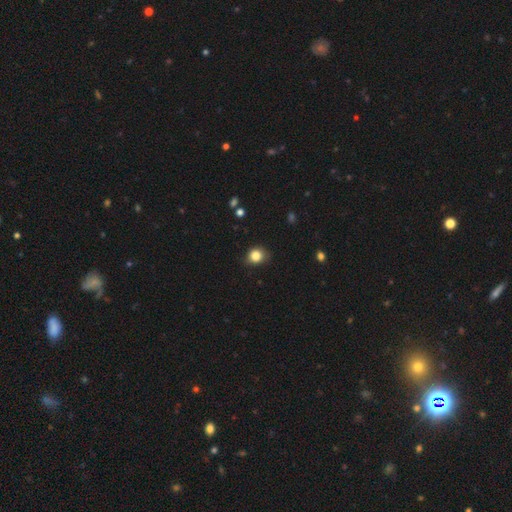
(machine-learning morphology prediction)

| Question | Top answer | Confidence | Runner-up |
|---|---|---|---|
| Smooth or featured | smooth | 84% | star or artifact (11%) |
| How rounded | round | 77% | in between (22%) |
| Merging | none | 79% | minor disturbance (17%) |